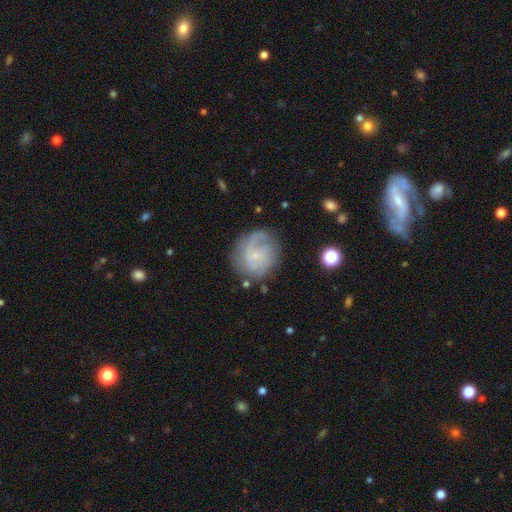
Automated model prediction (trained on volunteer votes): Overall: featured or disk (62%; smooth 30%). Edge-on disk: no (98%). Bar: no (68%). Spiral arms: yes (82%). Bulge size: small (75%). Merging: none (62%).